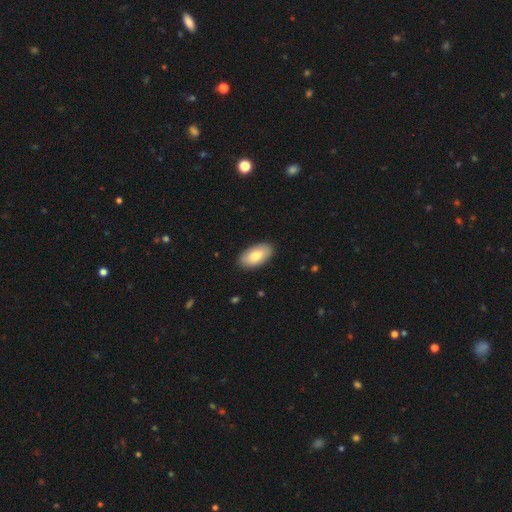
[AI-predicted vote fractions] Smooth or featured: smooth — 78% (featured or disk — 16%)
How rounded: in between — 95% (round — 3%)
Merging: none — 89% (minor disturbance — 8%)